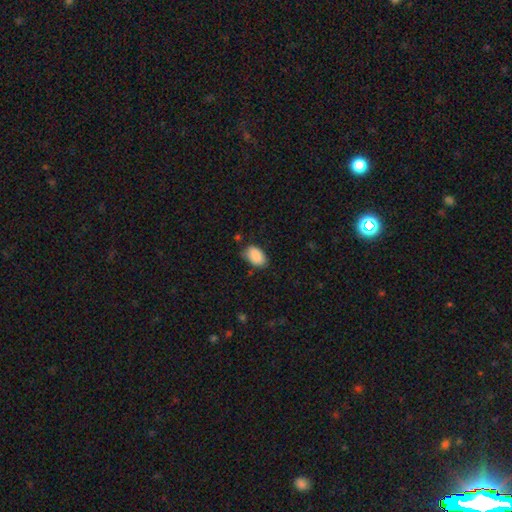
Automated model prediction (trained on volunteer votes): smooth 89%, star or artifact 7%, featured or disk 4%. Down the decision tree: how rounded — in between (93%); merging — none (73%).